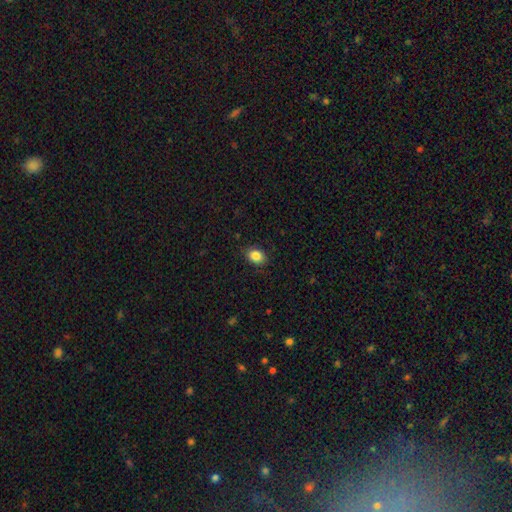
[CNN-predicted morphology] Smooth or featured? smooth (86%)
How rounded? in between (70%)
Merging? none (87%)